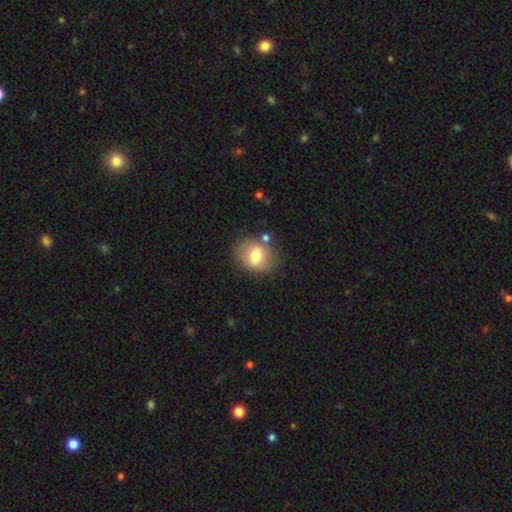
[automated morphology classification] Smooth or featured?
  - smooth: 68% *
  - featured or disk: 23%
  - star or artifact: 9%
How rounded?
  - round: 57% *
  - in between: 42%
  - cigar-shaped: 1%
Merging?
  - none: 74% *
  - minor disturbance: 13%
  - merger: 8%
  - major disturbance: 4%